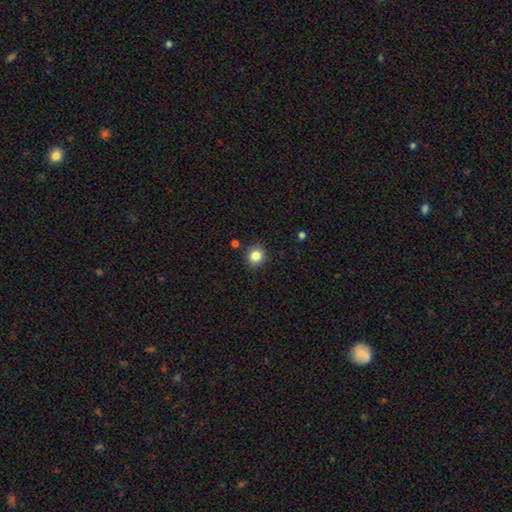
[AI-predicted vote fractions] smooth-or-featured: smooth: 83% | star or artifact: 11% | featured or disk: 6%
  how-rounded: round: 87% | in between: 12% | cigar-shaped: 1%
  merging: none: 89% | minor disturbance: 7% | merger: 2% | major disturbance: 2%